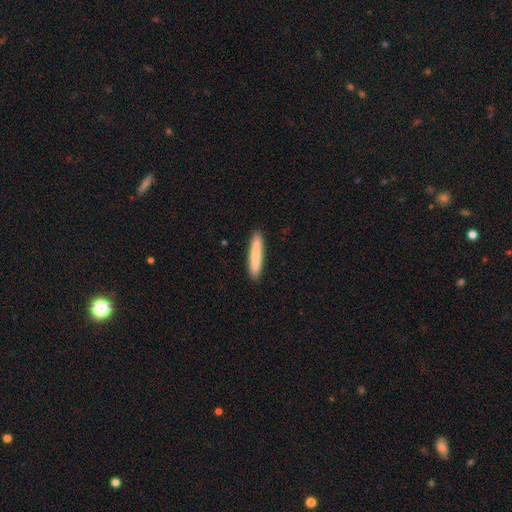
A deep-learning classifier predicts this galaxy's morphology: smooth 79%, featured or disk 15%, star or artifact 6%. Down the decision tree: how rounded — cigar-shaped (94%); merging — none (91%).